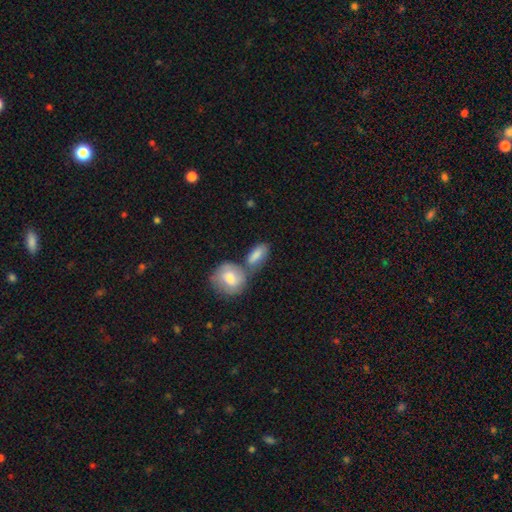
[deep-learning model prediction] Overall: smooth (52%; featured or disk 33%). How rounded: round (57%; in between 38%). Merging: none (47%; merger 39%).